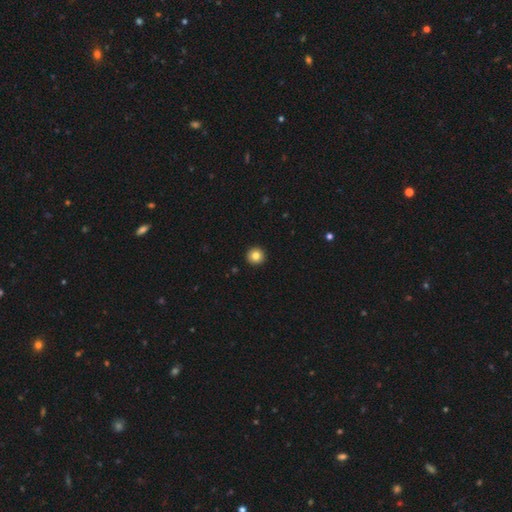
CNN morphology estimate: smooth-or-featured: smooth: 83% | star or artifact: 10% | featured or disk: 8%
  how-rounded: round: 96% | in between: 3% | cigar-shaped: 1%
  merging: none: 94% | minor disturbance: 4% | major disturbance: 1% | merger: 1%